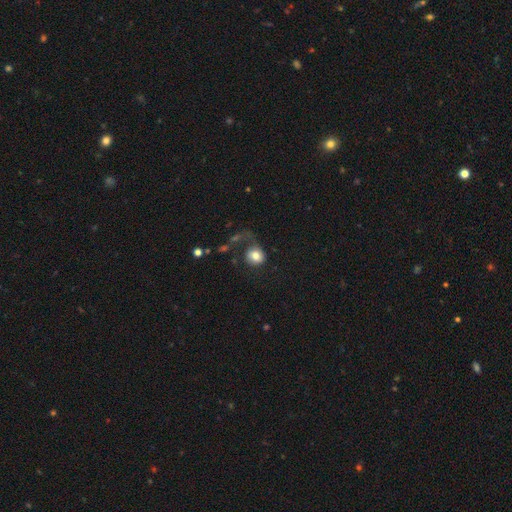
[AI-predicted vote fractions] Overall: smooth (73%). How rounded: round (72%). Merging: major disturbance (39%; none 37%).